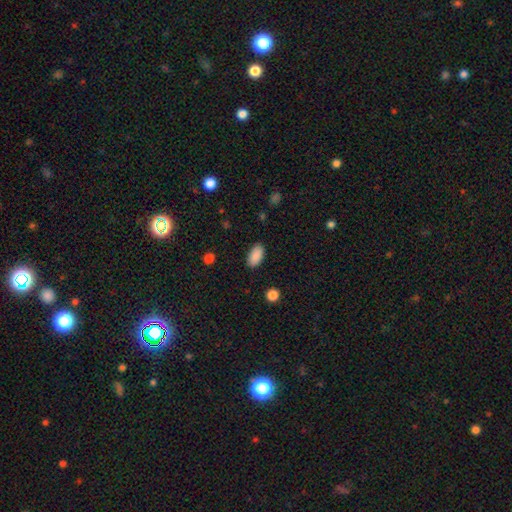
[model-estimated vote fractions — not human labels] smooth_or_featured: smooth (p=0.89) [alt: star or artifact p=0.07]
how_rounded: in between (p=0.94) [alt: cigar-shaped p=0.03]
merging: none (p=0.88) [alt: minor disturbance p=0.09]